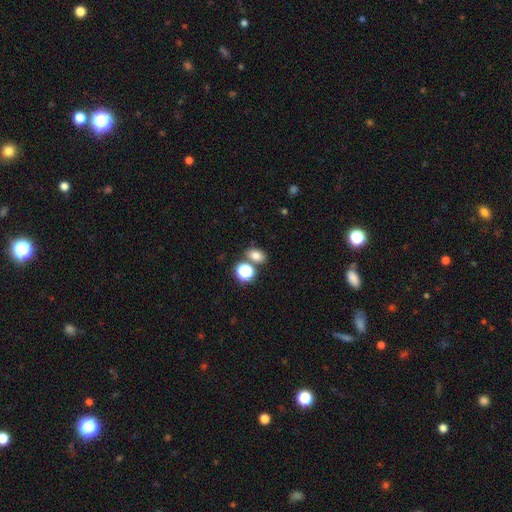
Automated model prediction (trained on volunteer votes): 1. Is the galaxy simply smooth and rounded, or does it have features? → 76% smooth, 16% star or artifact, 8% featured or disk.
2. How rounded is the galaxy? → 69% in between, 29% round, 1% cigar-shaped.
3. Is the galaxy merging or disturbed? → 68% none, 18% merger, 10% minor disturbance, 3% major disturbance.